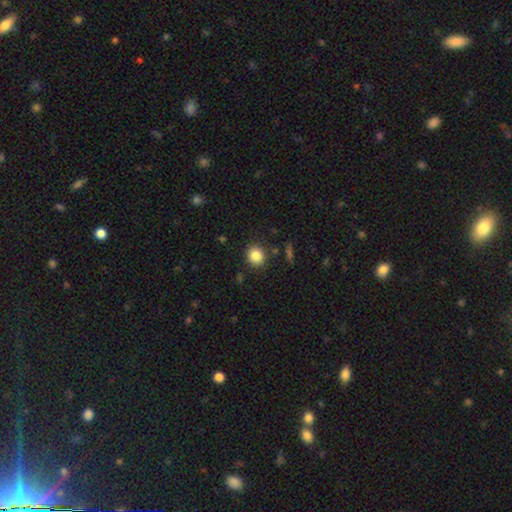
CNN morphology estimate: Smooth or featured?
  - smooth: 85% *
  - star or artifact: 10%
  - featured or disk: 5%
How rounded?
  - round: 81% *
  - in between: 18%
  - cigar-shaped: 1%
Merging?
  - none: 87% *
  - minor disturbance: 8%
  - major disturbance: 3%
  - merger: 2%